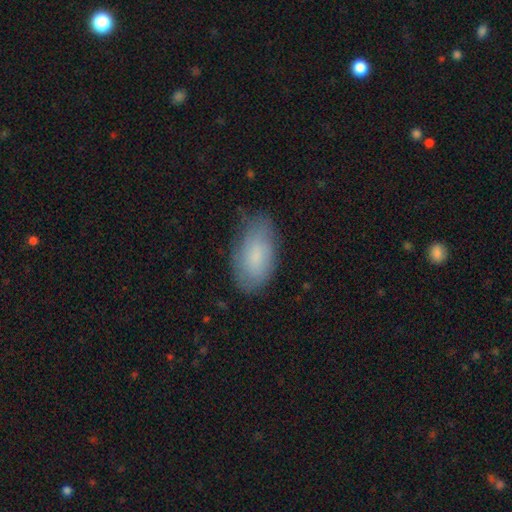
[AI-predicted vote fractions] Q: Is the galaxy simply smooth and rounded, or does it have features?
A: smooth — 75%.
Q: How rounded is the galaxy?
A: in between — 94%.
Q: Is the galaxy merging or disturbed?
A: none — 73%.